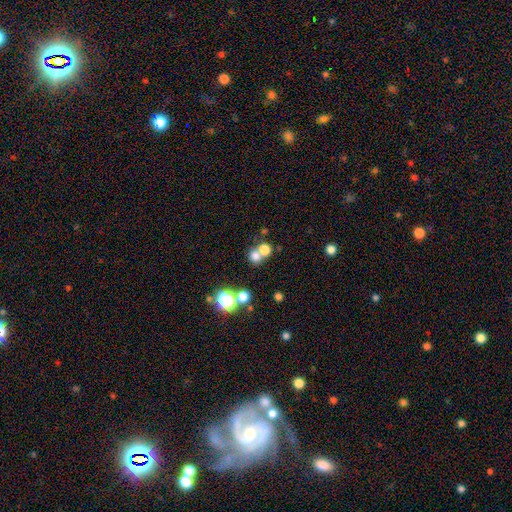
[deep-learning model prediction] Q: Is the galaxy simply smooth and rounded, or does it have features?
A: smooth — 71%.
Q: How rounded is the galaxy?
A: round — 83%.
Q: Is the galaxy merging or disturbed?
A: none — 52%.